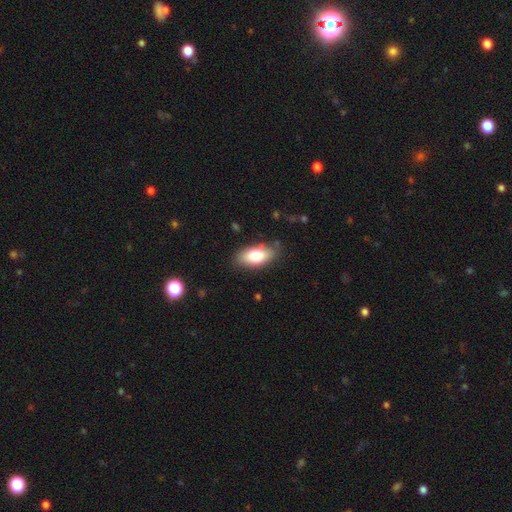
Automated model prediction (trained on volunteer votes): Smooth or featured? Predicted: smooth (p=0.76). How rounded? Predicted: in between (p=0.89). Merging? Predicted: none (p=0.81).